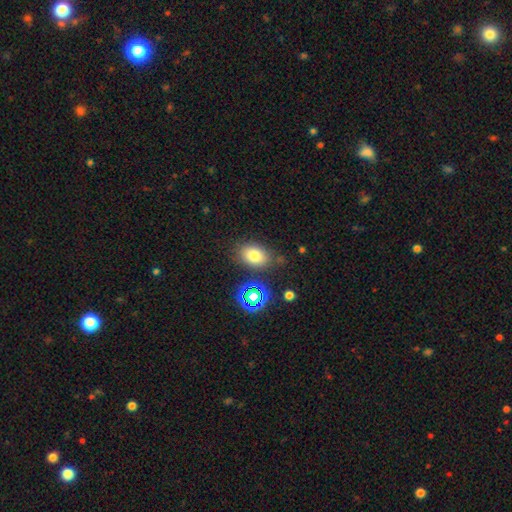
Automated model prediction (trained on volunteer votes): Morphology: type=smooth (75%); roundness=in between (78%); merging=none (76%).